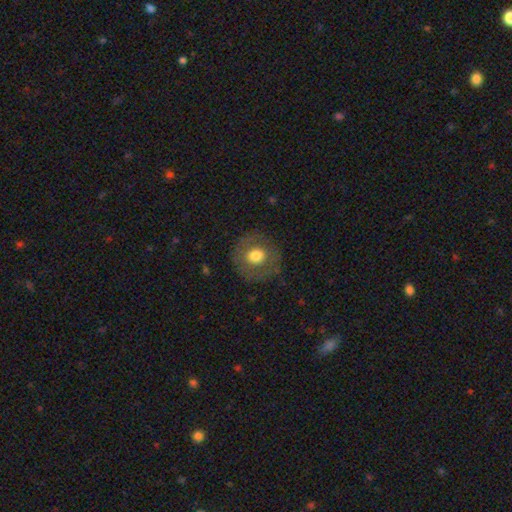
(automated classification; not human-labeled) smooth_or_featured: smooth (p=0.64) [alt: featured or disk p=0.27]
how_rounded: round (p=0.91) [alt: in between p=0.08]
merging: none (p=0.82) [alt: minor disturbance p=0.11]